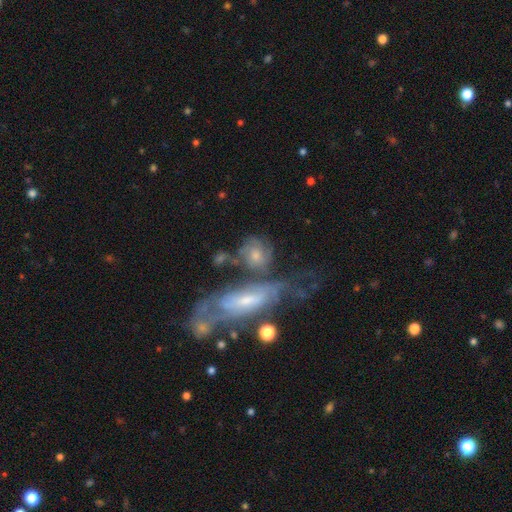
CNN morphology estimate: Q: Smooth or featured?
A: featured or disk (52%); runner-up: smooth (39%)
Q: Edge-on disk?
A: no (87%); runner-up: yes (13%)
Q: Merging?
A: none (40%); runner-up: merger (31%)